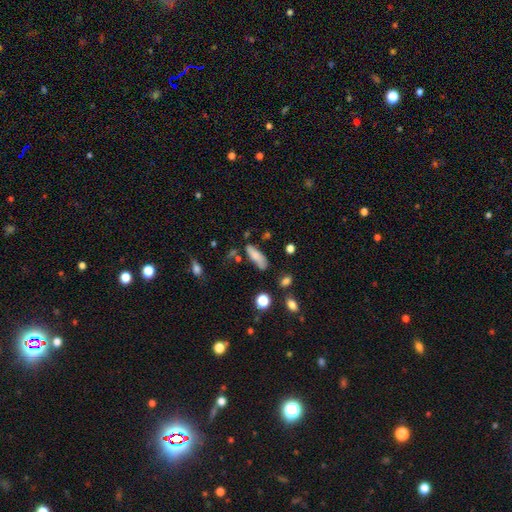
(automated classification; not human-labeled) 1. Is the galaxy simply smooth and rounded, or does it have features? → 77% smooth, 15% featured or disk, 8% star or artifact.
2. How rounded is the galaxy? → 62% in between, 36% cigar-shaped, 3% round.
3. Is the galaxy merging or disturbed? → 63% none, 24% minor disturbance, 7% major disturbance, 6% merger.